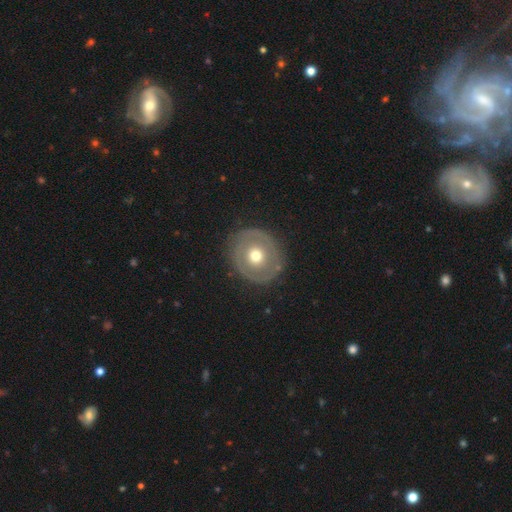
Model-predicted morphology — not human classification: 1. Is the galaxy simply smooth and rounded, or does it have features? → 48% featured or disk, 45% smooth, 7% star or artifact.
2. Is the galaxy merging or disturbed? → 81% none, 12% minor disturbance, 5% major disturbance, 2% merger.